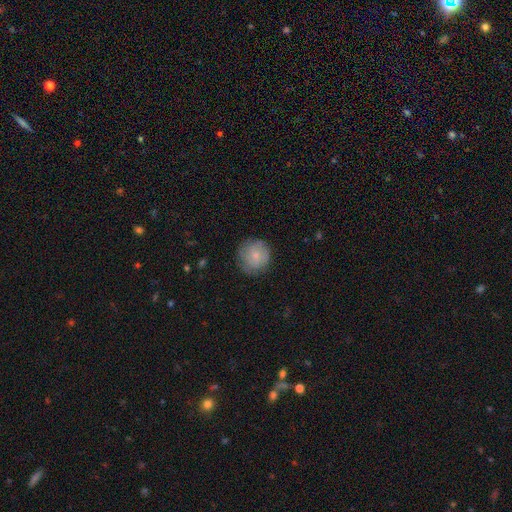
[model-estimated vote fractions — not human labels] Q: Smooth or featured?
A: smooth (77%); runner-up: featured or disk (16%)
Q: How rounded?
A: round (92%); runner-up: in between (7%)
Q: Merging?
A: none (78%); runner-up: minor disturbance (17%)